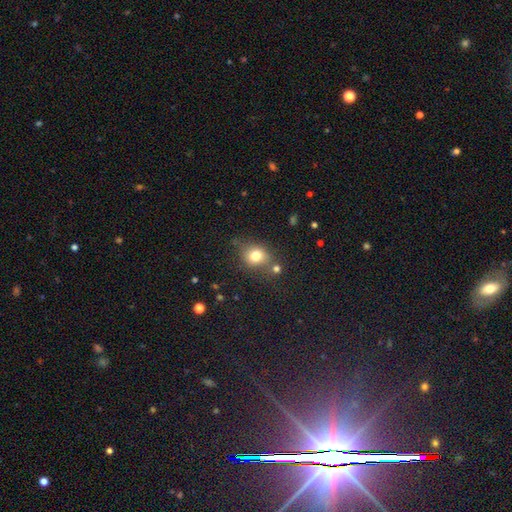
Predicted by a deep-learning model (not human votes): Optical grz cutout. It shows a smooth galaxy with no disk features (77%) that is round (66%). Merging: none (65%).